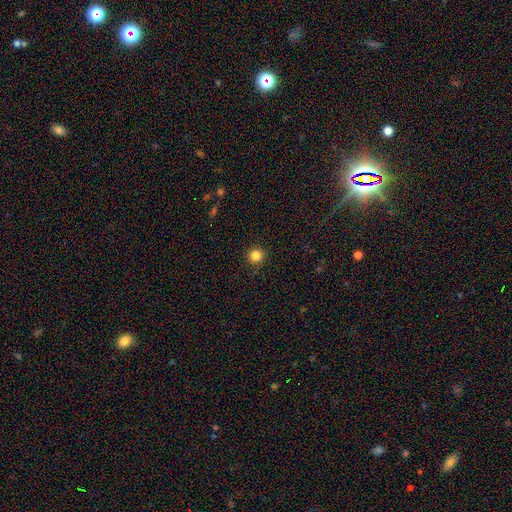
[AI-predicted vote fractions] Overall: smooth (84%). How rounded: round (95%). Merging: none (92%).